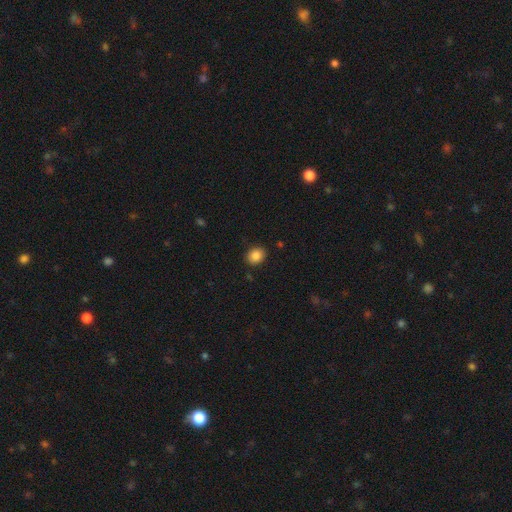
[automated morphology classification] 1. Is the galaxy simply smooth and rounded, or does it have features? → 86% smooth, 9% star or artifact, 5% featured or disk.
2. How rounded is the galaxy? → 60% round, 39% in between, 1% cigar-shaped.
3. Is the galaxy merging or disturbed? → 88% none, 8% minor disturbance, 2% major disturbance, 1% merger.